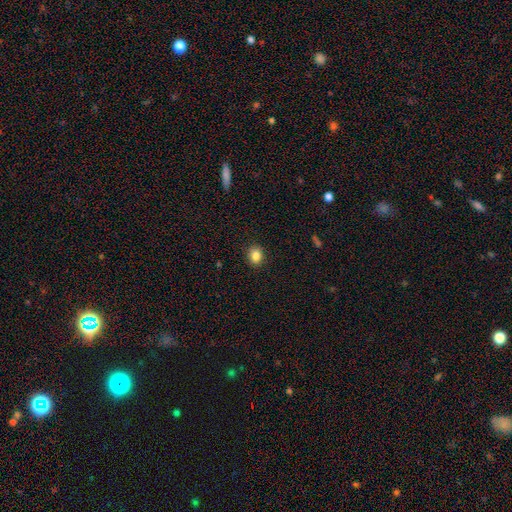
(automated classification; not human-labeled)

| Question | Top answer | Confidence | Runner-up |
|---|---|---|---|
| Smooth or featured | smooth | 85% | star or artifact (10%) |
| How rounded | round | 56% | in between (43%) |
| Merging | none | 90% | minor disturbance (7%) |